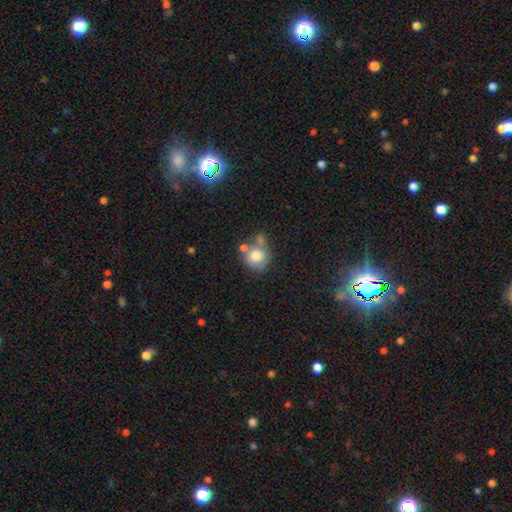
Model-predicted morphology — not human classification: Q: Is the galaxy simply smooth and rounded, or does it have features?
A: smooth — 76%.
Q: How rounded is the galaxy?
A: round — 85%.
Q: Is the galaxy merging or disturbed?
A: none — 48%.